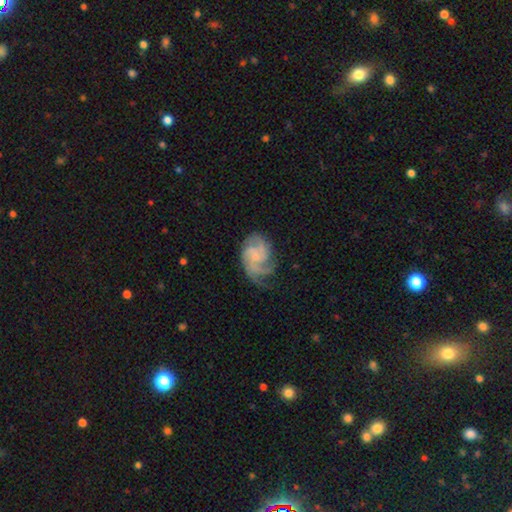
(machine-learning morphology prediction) Smooth or featured? Predicted: featured or disk (p=0.84). Edge-on disk? Predicted: no (p=0.98). Bar? Predicted: no (p=0.60). Spiral arms? Predicted: yes (p=0.97). Spiral winding? Predicted: medium (p=0.45). Spiral arm count? Predicted: 3 (p=0.46). Bulge size? Predicted: small (p=0.47). Merging? Predicted: none (p=0.64).